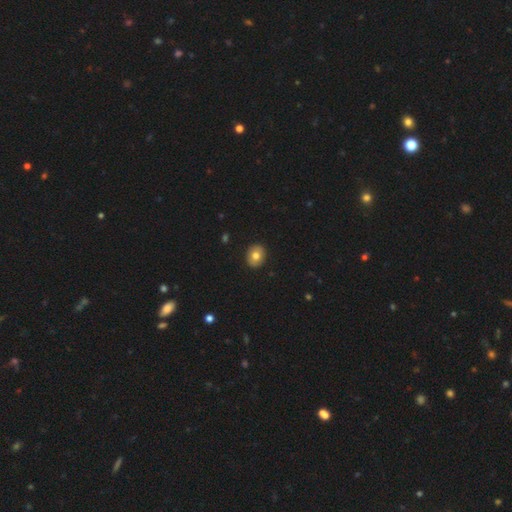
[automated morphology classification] Smooth or featured? smooth (77%)
How rounded? round (57%)
Merging? none (91%)